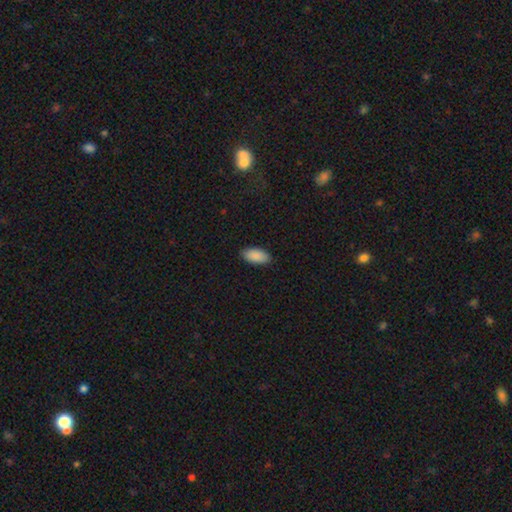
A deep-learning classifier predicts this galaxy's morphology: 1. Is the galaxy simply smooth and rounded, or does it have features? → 90% smooth, 6% star or artifact, 4% featured or disk.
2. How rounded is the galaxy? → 94% in between, 4% cigar-shaped, 2% round.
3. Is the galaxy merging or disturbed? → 88% none, 9% minor disturbance, 2% major disturbance, 1% merger.